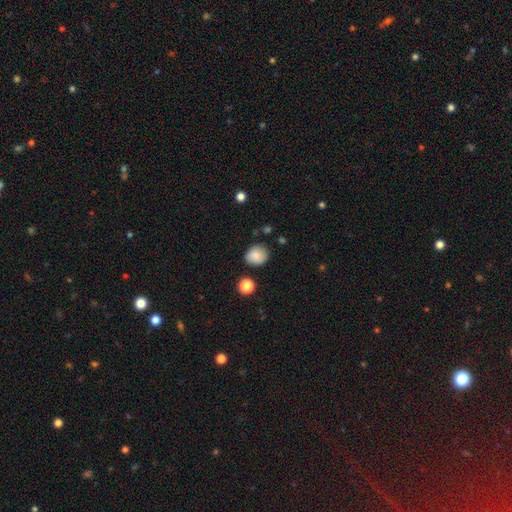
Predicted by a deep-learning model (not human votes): This is clearly a smooth galaxy (84%). How rounded: likely round (74%). Merging: clearly none (81%).